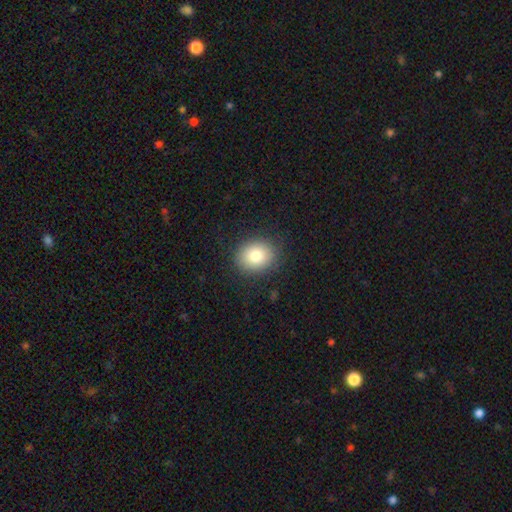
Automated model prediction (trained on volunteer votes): The model was most divided on "how rounded": round: 61%, in between: 38%, cigar-shaped: 1%. More confident: merging — none (87%); smooth or featured — smooth (80%).